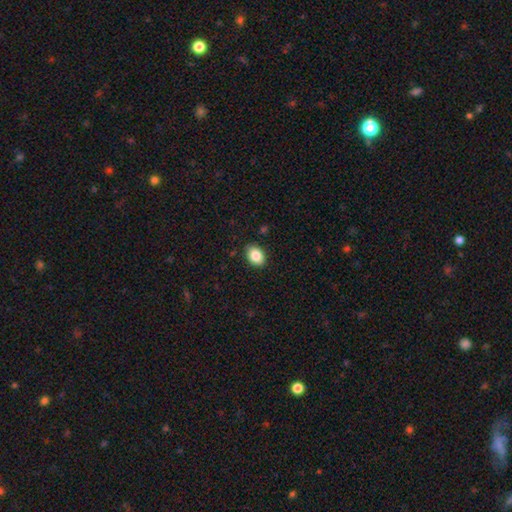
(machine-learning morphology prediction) Smooth or featured: smooth — 86% (star or artifact — 8%)
How rounded: in between — 72% (round — 27%)
Merging: none — 88% (minor disturbance — 9%)